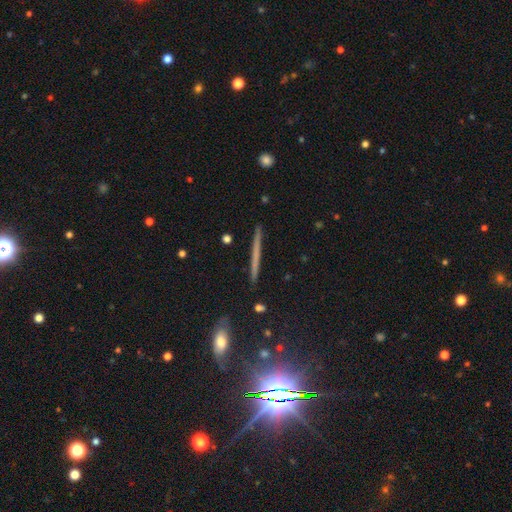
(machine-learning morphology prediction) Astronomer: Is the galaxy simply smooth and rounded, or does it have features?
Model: featured or disk — 50% (runner-up: smooth, 40%).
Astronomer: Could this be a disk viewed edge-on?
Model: yes — 97%.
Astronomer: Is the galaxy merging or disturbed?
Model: none — 91%.